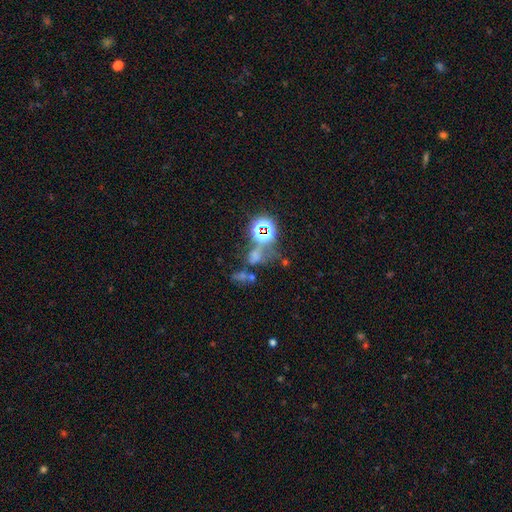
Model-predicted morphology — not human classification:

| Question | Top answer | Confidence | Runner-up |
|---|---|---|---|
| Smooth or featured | star or artifact | 58% | smooth (24%) |